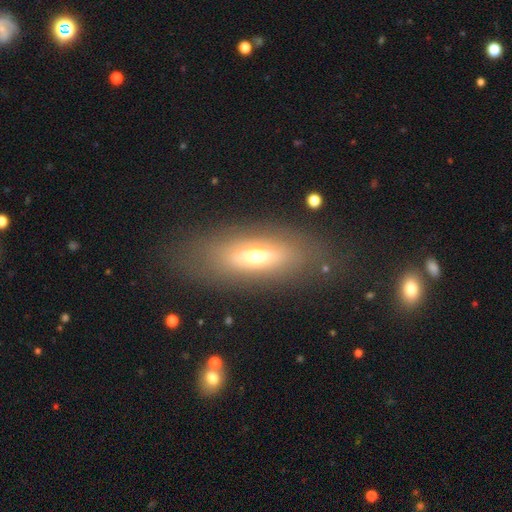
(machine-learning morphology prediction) Q: Smooth or featured?
A: smooth (51%); runner-up: featured or disk (38%)
Q: How rounded?
A: in between (69%); runner-up: cigar-shaped (25%)
Q: Merging?
A: none (75%); runner-up: minor disturbance (13%)